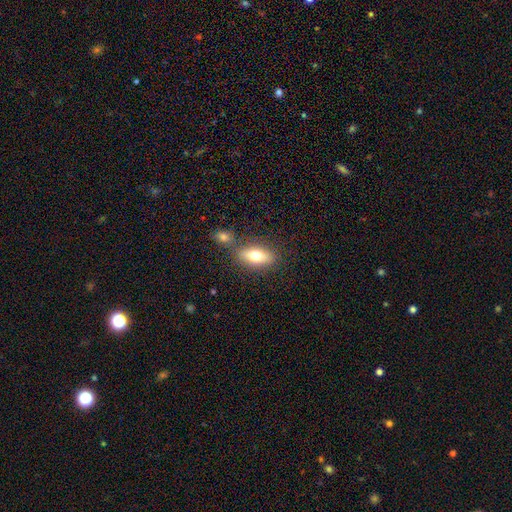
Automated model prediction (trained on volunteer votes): Overall: smooth (71%). How rounded: in between (80%). Merging: none (69%).